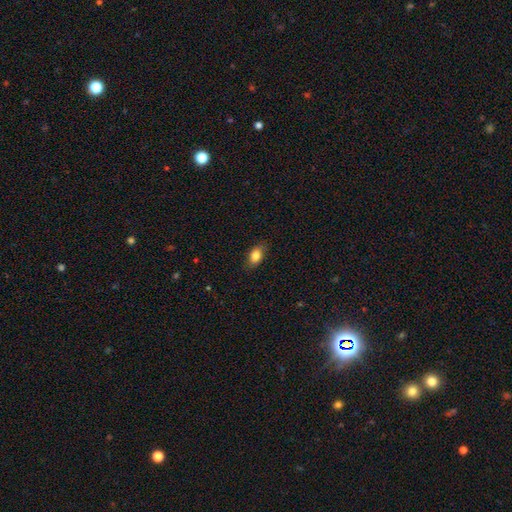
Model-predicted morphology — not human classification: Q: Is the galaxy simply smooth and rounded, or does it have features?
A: smooth — 84%.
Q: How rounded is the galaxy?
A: in between — 85%.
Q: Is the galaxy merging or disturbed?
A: none — 83%.